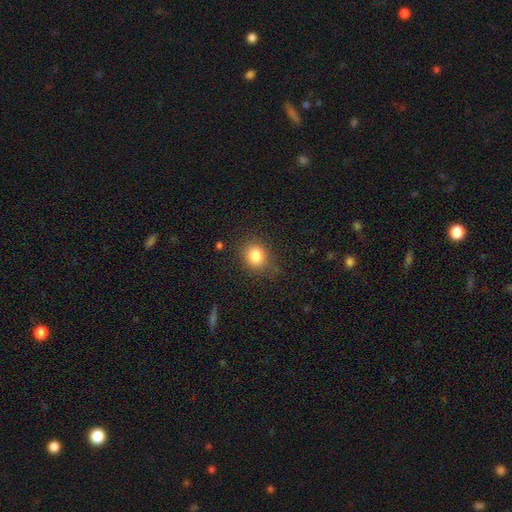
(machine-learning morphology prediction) type=smooth (83%); roundness=round (71%); merging=none (81%).